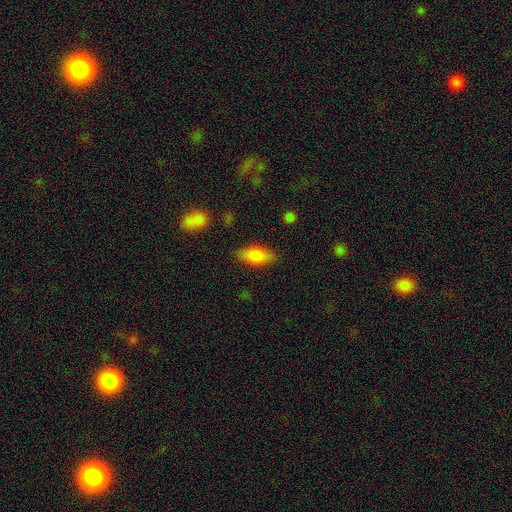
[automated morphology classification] smooth_or_featured: smooth (p=0.83) [alt: featured or disk p=0.10]
how_rounded: in between (p=0.88) [alt: cigar-shaped p=0.10]
merging: none (p=0.83) [alt: minor disturbance p=0.12]